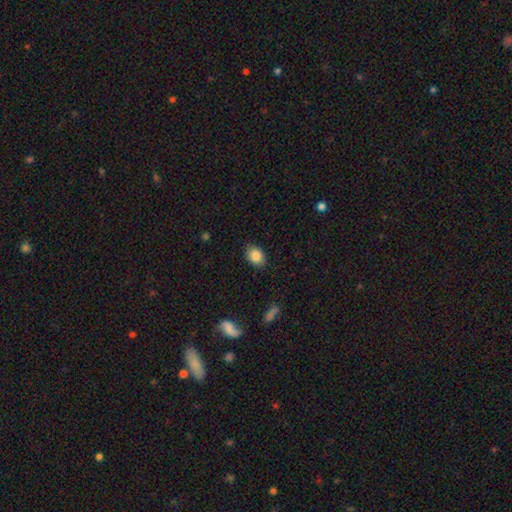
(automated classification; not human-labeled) smooth 86%, star or artifact 8%, featured or disk 6%. Down the decision tree: how rounded — in between (70%); merging — none (87%).